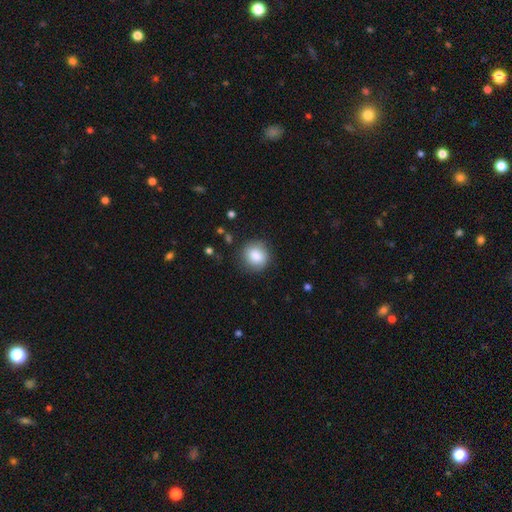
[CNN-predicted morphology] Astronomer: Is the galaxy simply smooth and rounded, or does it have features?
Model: smooth — 85%.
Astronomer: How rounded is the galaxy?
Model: round — 87%.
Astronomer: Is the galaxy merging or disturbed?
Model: none — 85%.